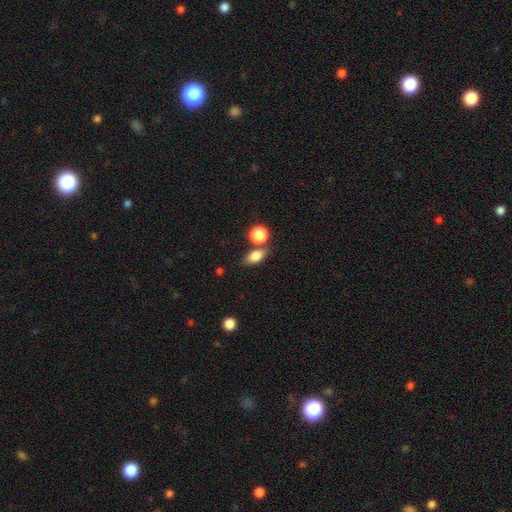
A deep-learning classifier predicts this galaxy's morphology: Smooth or featured?
  - smooth: 79% *
  - featured or disk: 12%
  - star or artifact: 9%
How rounded?
  - in between: 74% *
  - round: 18%
  - cigar-shaped: 8%
Merging?
  - none: 63% *
  - merger: 18%
  - minor disturbance: 14%
  - major disturbance: 5%